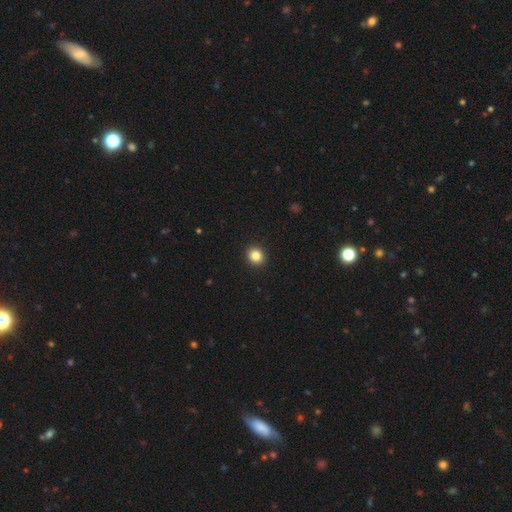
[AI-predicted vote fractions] smooth-or-featured: smooth: 85% | star or artifact: 11% | featured or disk: 5%
  how-rounded: round: 86% | in between: 13% | cigar-shaped: 1%
  merging: none: 93% | minor disturbance: 5% | major disturbance: 2% | merger: 1%